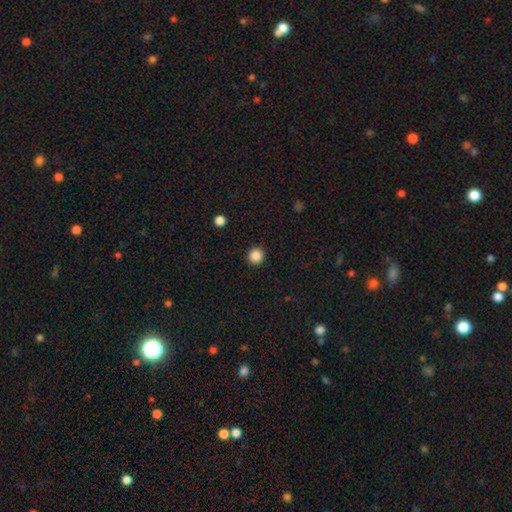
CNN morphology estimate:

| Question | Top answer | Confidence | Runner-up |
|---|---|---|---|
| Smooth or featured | smooth | 87% | star or artifact (10%) |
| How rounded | round | 94% | in between (5%) |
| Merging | none | 93% | minor disturbance (5%) |